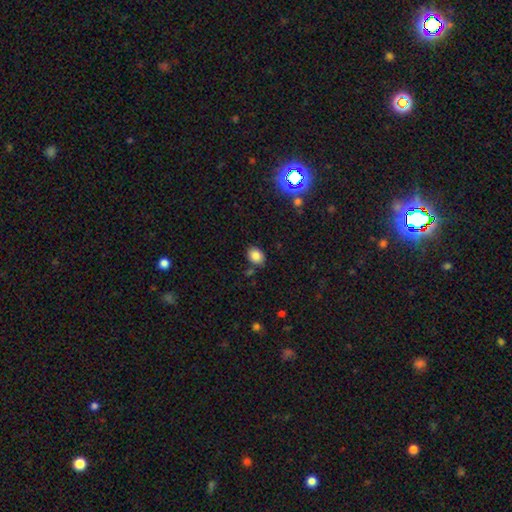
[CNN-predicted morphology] This appears to be a smooth galaxy with no disk features (85%) that is in between round and cigar-shaped (67%). Merging: none (79%).